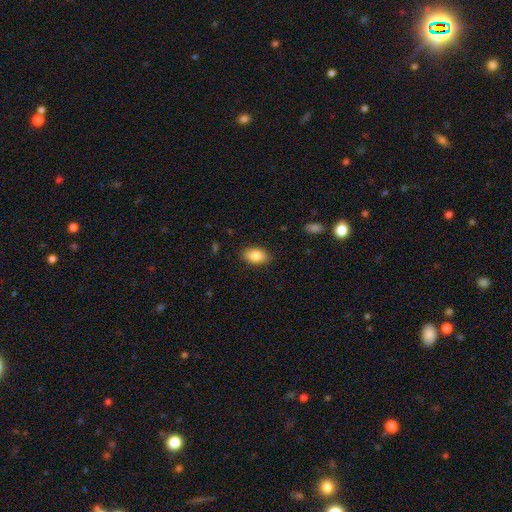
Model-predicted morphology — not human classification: A smooth galaxy with no disk features (85%) that is in between round and cigar-shaped (90%). Merging: none (87%).